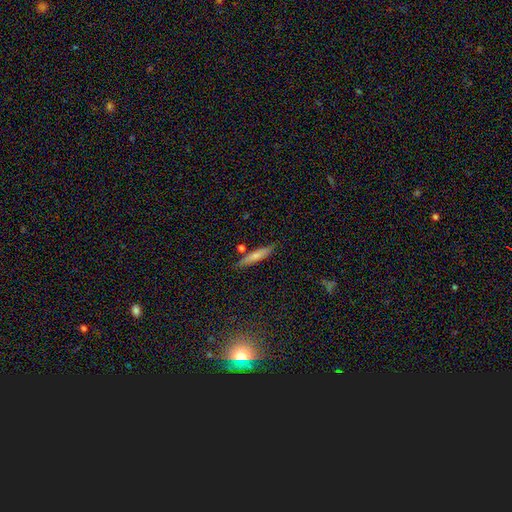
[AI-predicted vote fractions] Overall: smooth (66%). How rounded: cigar-shaped (85%). Merging: none (81%).